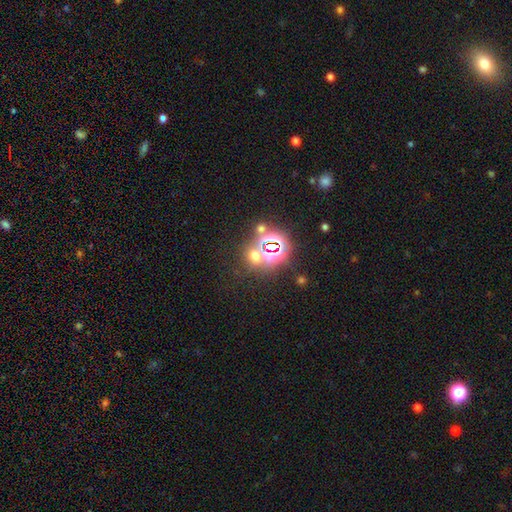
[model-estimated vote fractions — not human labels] Overall: star or artifact (53%; smooth 39%).